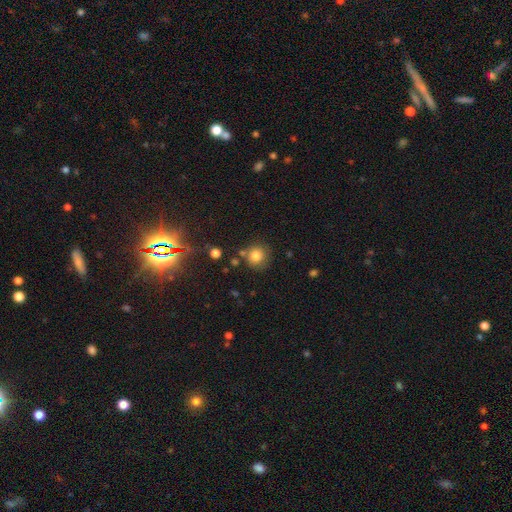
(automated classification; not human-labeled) Overall: smooth (80%). How rounded: round (90%). Merging: none (75%).